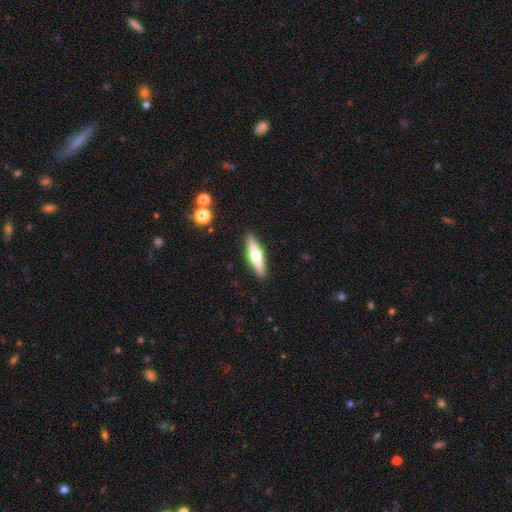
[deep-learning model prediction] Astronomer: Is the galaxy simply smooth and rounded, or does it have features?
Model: featured or disk — 59% (runner-up: smooth, 36%).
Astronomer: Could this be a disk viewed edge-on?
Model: yes — 96%.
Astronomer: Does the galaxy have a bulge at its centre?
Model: rounded — 93%.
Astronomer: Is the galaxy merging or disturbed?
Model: none — 91%.